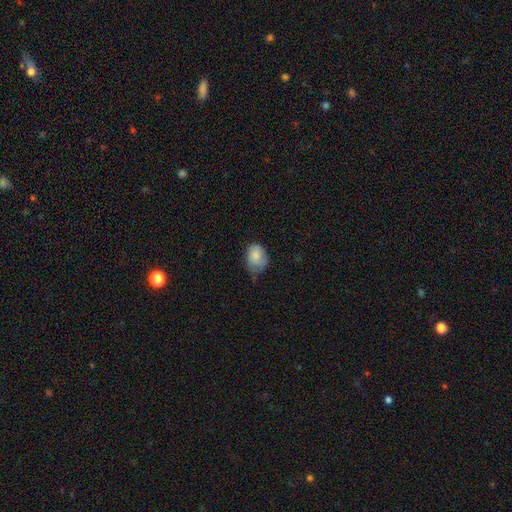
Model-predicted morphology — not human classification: Overall: smooth (80%). How rounded: in between (64%; round 36%). Merging: none (45%; minor disturbance 41%).